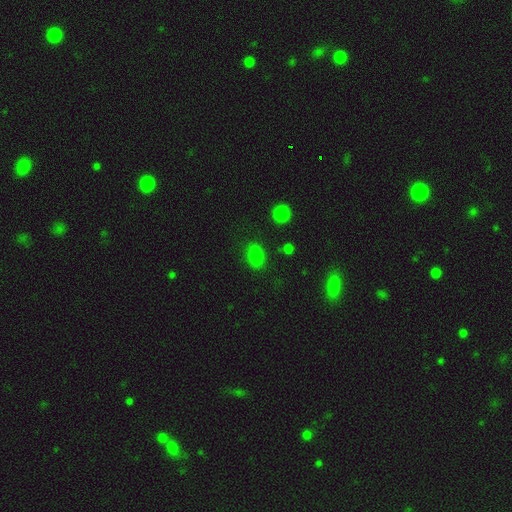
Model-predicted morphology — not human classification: Smooth or featured? Predicted: smooth (p=0.80). How rounded? Predicted: in between (p=0.67). Merging? Predicted: none (p=0.80).